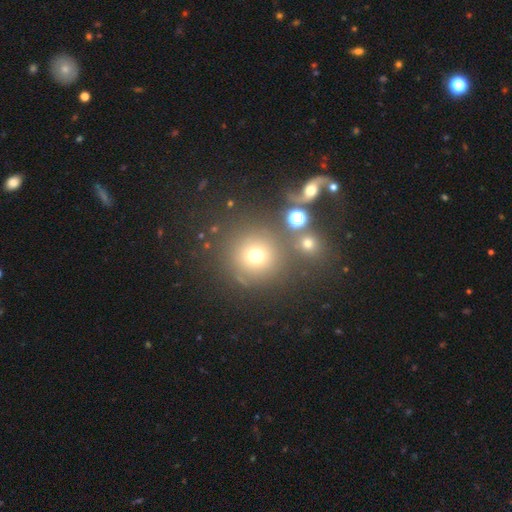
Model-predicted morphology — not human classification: smooth-or-featured: smooth: 69% | star or artifact: 20% | featured or disk: 11%
  how-rounded: round: 94% | in between: 5% | cigar-shaped: 1%
  merging: none: 76% | merger: 10% | minor disturbance: 9% | major disturbance: 6%